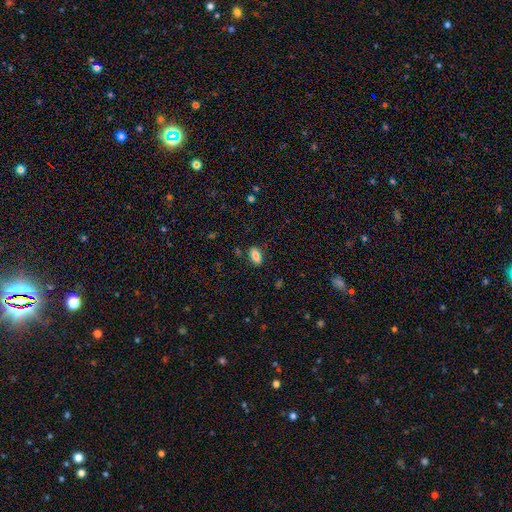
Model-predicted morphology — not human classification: This is clearly a smooth galaxy (83%). How rounded: clearly in between (88%). Merging: clearly none (83%).